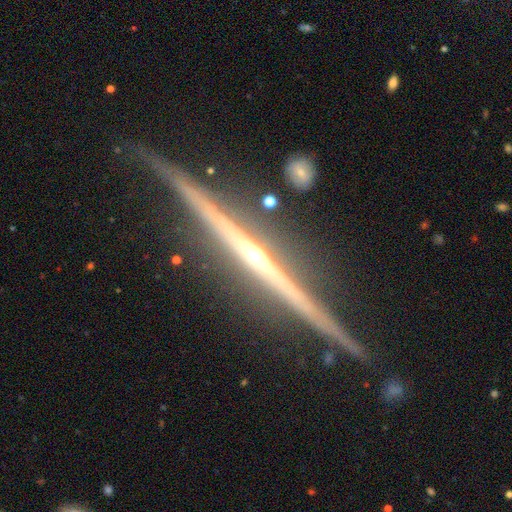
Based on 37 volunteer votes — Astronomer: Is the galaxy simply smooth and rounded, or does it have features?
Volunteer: featured or disk — 97%.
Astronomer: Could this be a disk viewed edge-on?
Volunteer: yes — 97%.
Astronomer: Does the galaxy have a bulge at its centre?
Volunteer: rounded — 74%.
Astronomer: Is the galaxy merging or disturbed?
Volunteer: none — 73%.